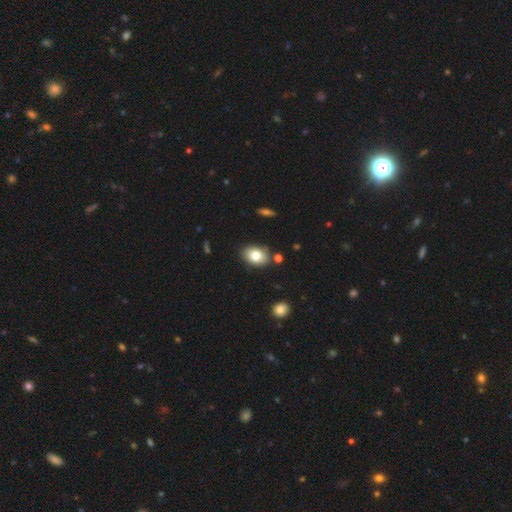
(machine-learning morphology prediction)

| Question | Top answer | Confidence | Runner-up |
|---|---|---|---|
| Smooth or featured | smooth | 79% | featured or disk (13%) |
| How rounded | in between | 85% | round (14%) |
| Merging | none | 82% | minor disturbance (11%) |